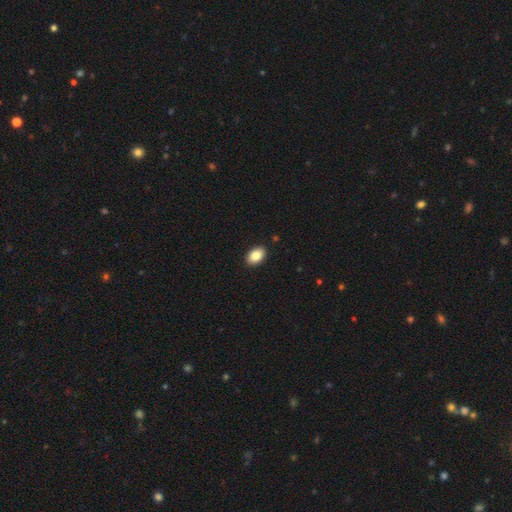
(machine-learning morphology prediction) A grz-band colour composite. It shows a smooth galaxy with no disk features (86%) that is in between round and cigar-shaped (89%). Merging: none (91%).